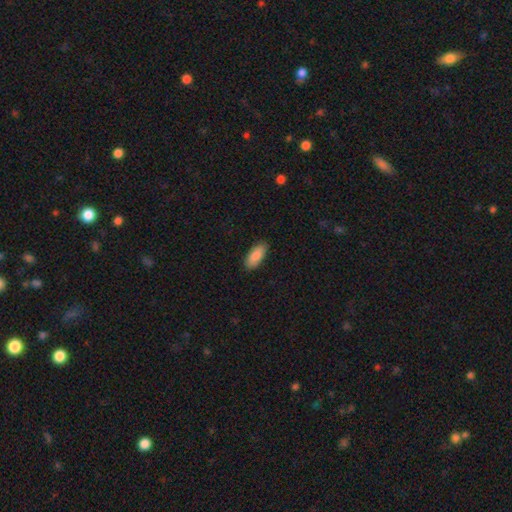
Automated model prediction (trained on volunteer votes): Smooth or featured? Predicted: smooth (p=0.86). How rounded? Predicted: in between (p=0.87). Merging? Predicted: none (p=0.87).